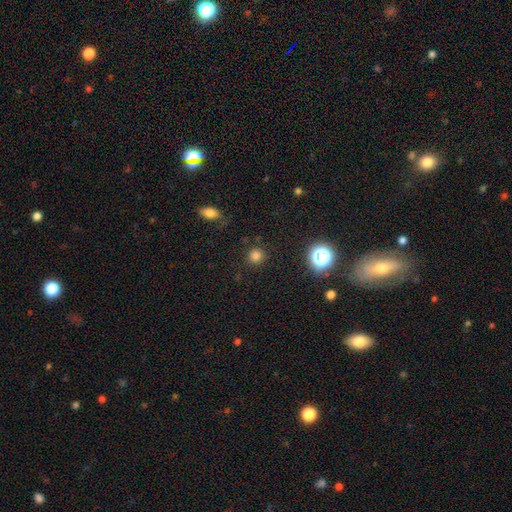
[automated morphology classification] The model was most divided on "smooth or featured": smooth: 80%, star or artifact: 16%, featured or disk: 5%. More confident: how rounded — round (92%); merging — none (87%).